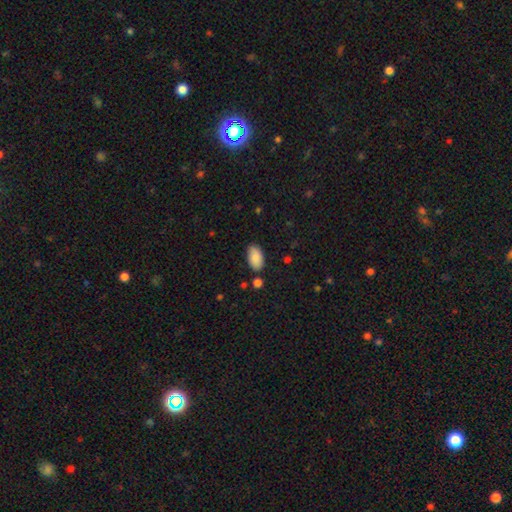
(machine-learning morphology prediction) Q: Smooth or featured?
A: smooth (89%); runner-up: star or artifact (6%)
Q: How rounded?
A: in between (95%); runner-up: round (3%)
Q: Merging?
A: none (82%); runner-up: minor disturbance (12%)